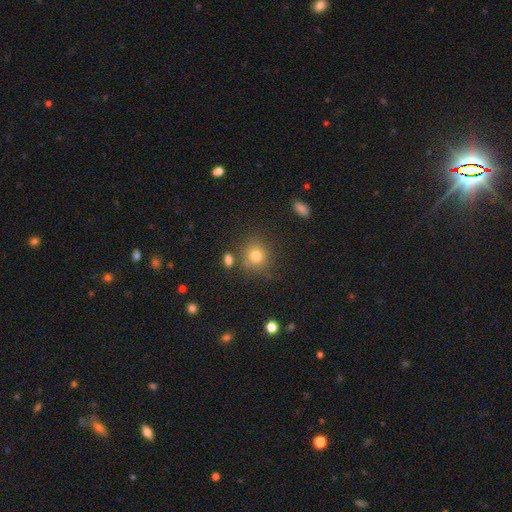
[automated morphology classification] Overall: smooth (78%). How rounded: round (83%). Merging: none (76%).